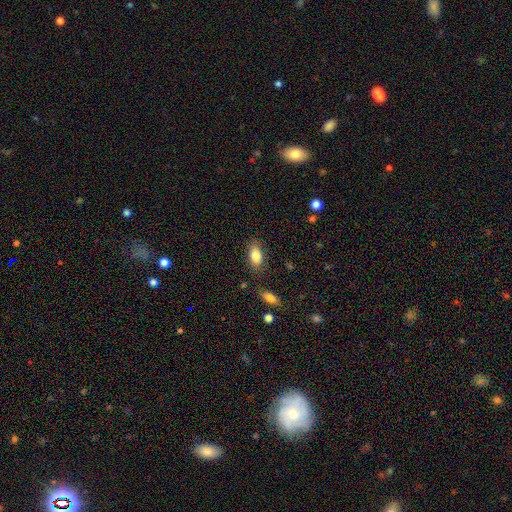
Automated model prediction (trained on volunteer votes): Smooth or featured? smooth (82%)
How rounded? in between (89%)
Merging? none (79%)